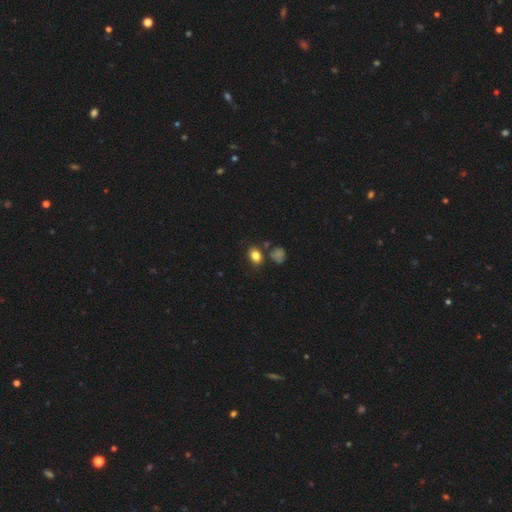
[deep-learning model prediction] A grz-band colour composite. It shows a smooth galaxy with no disk features (82%) that is in between round and cigar-shaped (62%). Merging: none (76%).